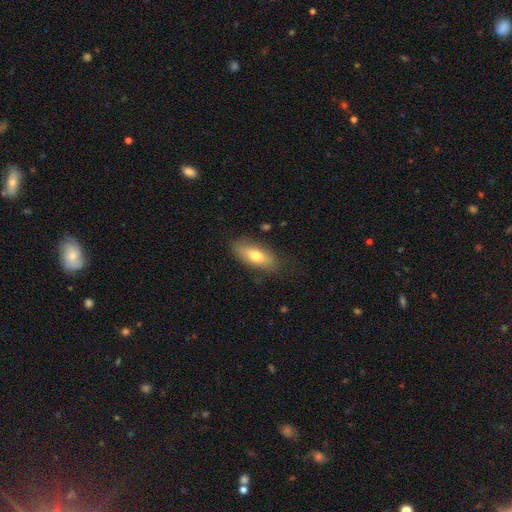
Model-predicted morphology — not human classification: Q: Smooth or featured?
A: smooth (71%); runner-up: featured or disk (22%)
Q: How rounded?
A: in between (78%); runner-up: cigar-shaped (19%)
Q: Merging?
A: none (81%); runner-up: minor disturbance (14%)